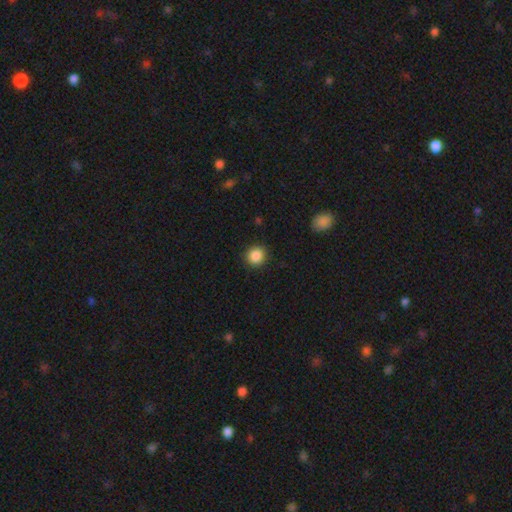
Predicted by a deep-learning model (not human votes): Smooth or featured: smooth — 88% (star or artifact — 9%)
How rounded: round — 88% (in between — 11%)
Merging: none — 90% (minor disturbance — 6%)